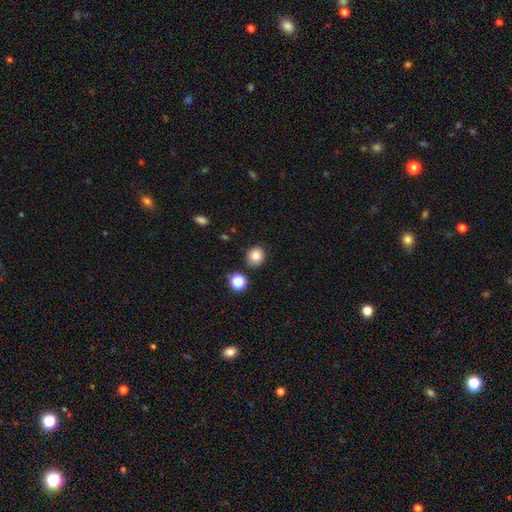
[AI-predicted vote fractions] smooth_or_featured: smooth (p=0.82) [alt: star or artifact p=0.11]
how_rounded: round (p=0.84) [alt: in between p=0.15]
merging: none (p=0.85) [alt: minor disturbance p=0.09]